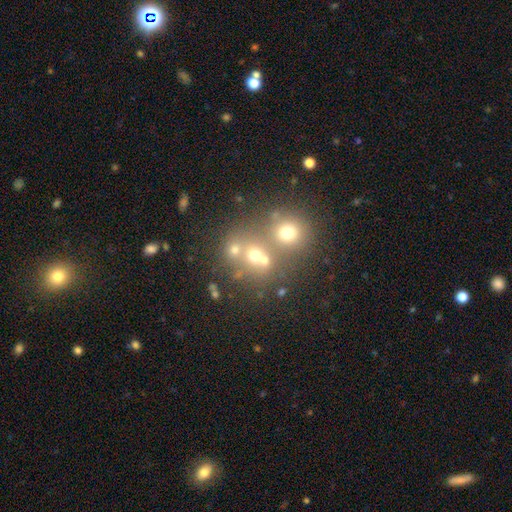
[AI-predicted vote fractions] Q: Smooth or featured?
A: smooth (60%); runner-up: star or artifact (23%)
Q: How rounded?
A: round (78%); runner-up: in between (21%)
Q: Merging?
A: none (46%); runner-up: merger (43%)